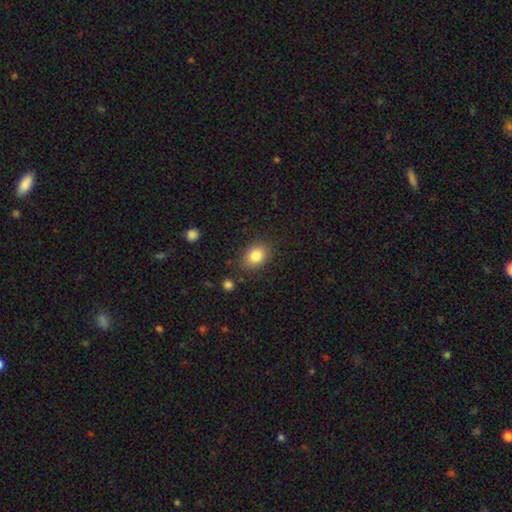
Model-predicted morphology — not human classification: Smooth or featured? Predicted: smooth (p=0.84). How rounded? Predicted: in between (p=0.65). Merging? Predicted: none (p=0.83).